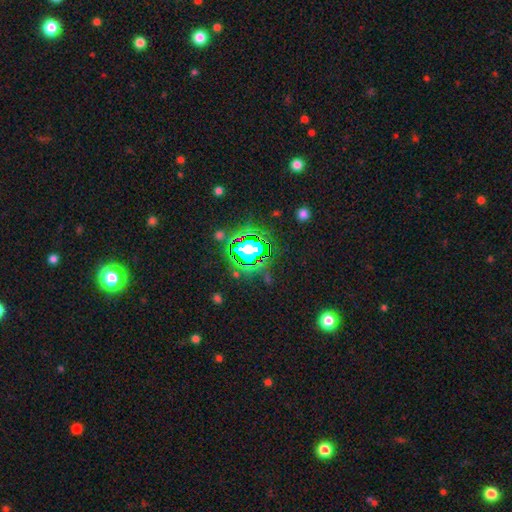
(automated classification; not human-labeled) Smooth or featured? Predicted: star or artifact (p=0.83).